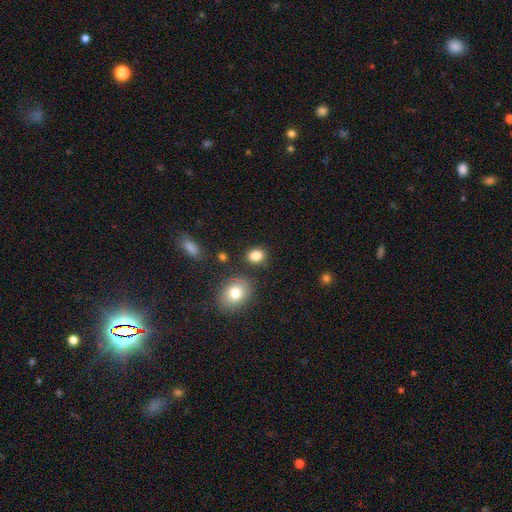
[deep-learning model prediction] Smooth or featured?
  - smooth: 84% *
  - star or artifact: 11%
  - featured or disk: 5%
How rounded?
  - in between: 62% *
  - round: 36%
  - cigar-shaped: 1%
Merging?
  - none: 81% *
  - minor disturbance: 11%
  - merger: 5%
  - major disturbance: 3%